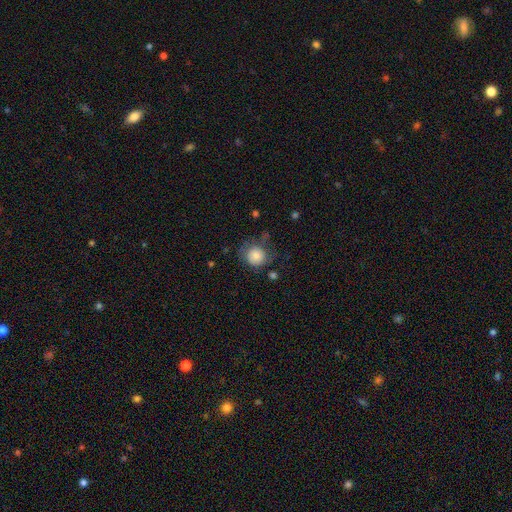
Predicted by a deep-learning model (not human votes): A smooth galaxy with no disk features (79%) that is round (87%). Merging: none (59%).